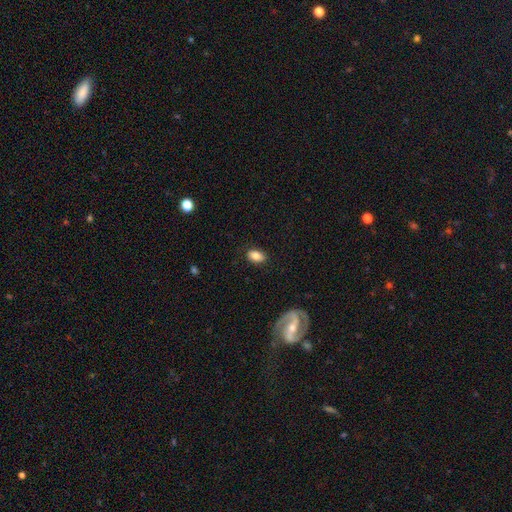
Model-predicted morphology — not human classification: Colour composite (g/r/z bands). It shows a smooth galaxy with no disk features (82%) that is in between round and cigar-shaped (87%). Merging: none (85%).